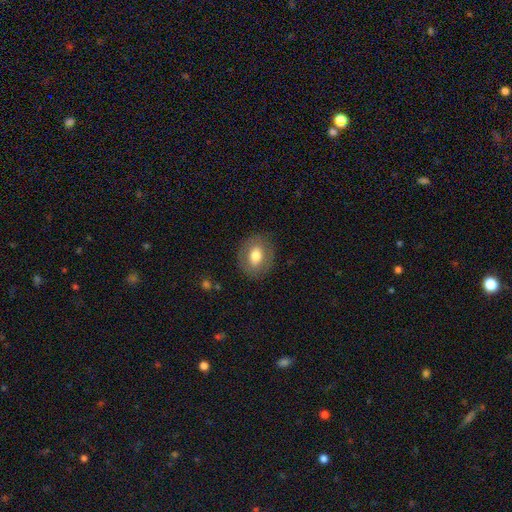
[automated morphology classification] A smooth galaxy with no disk features (67%) that is in between round and cigar-shaped (50%). Merging: none (84%).